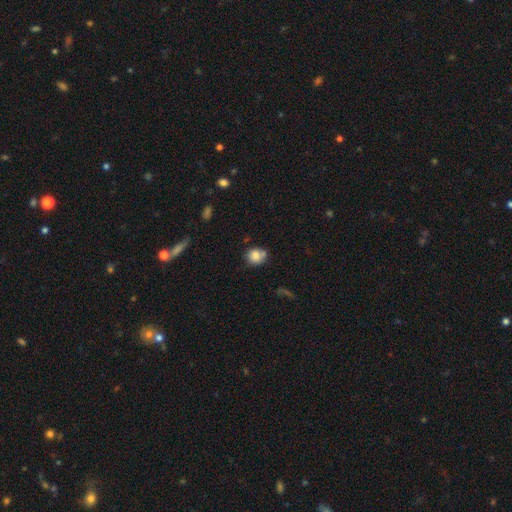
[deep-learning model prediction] Morphology: type=smooth (83%); roundness=round (74%); merging=none (57%).